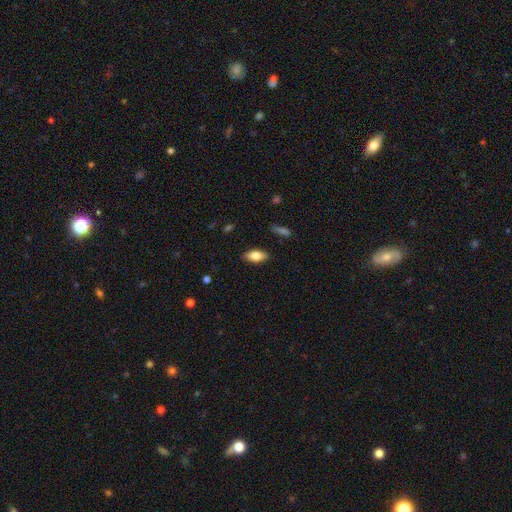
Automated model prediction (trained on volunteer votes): smooth_or_featured: smooth (p=0.76) [alt: featured or disk p=0.17]
how_rounded: in between (p=0.87) [alt: cigar-shaped p=0.10]
merging: none (p=0.87) [alt: minor disturbance p=0.10]